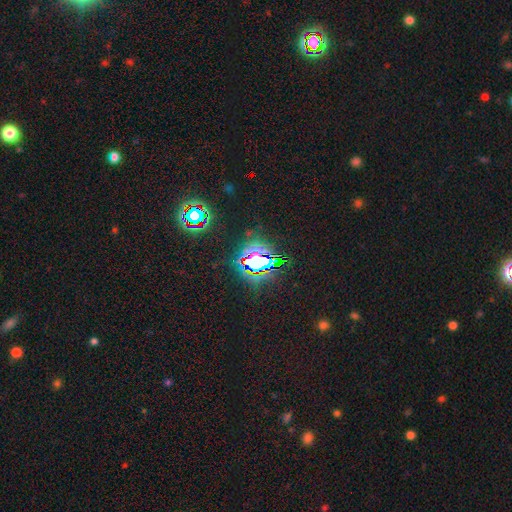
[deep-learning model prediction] A star or artifact, not a galaxy (81%).

Vote fractions:
- Smooth or featured? star or artifact: 81% / smooth: 11% / featured or disk: 8%